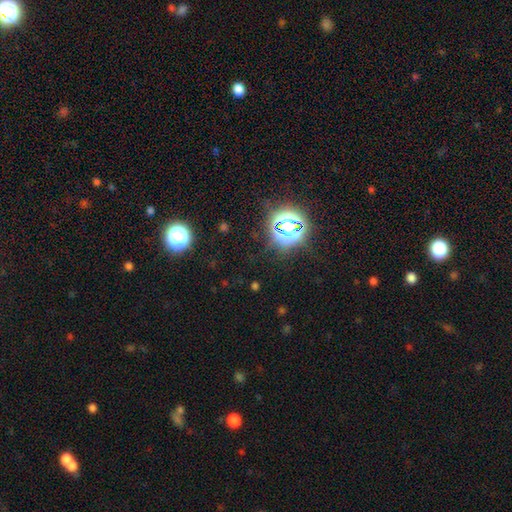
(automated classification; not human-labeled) Smooth or featured? star or artifact (77%)